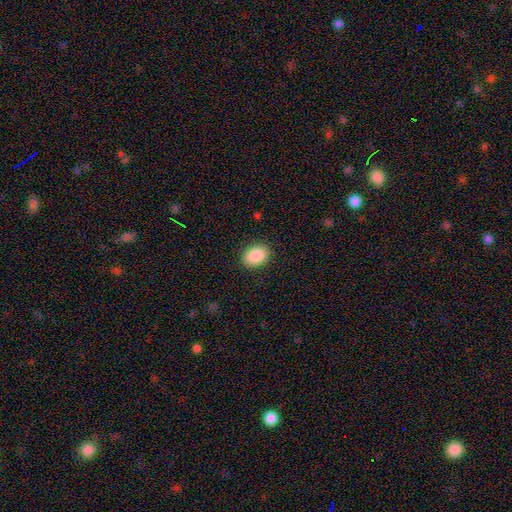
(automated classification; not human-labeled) smooth 90%, star or artifact 7%, featured or disk 3%. Down the decision tree: how rounded — in between (79%); merging — none (89%).